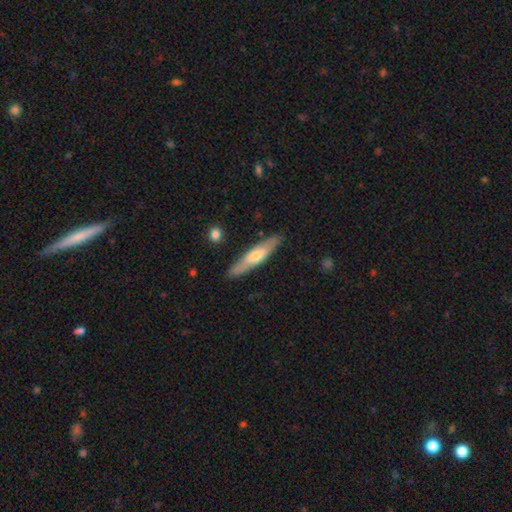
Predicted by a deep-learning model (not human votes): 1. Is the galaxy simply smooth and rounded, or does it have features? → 49% smooth, 45% featured or disk, 6% star or artifact.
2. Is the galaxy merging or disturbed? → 86% none, 10% minor disturbance, 2% major disturbance, 2% merger.